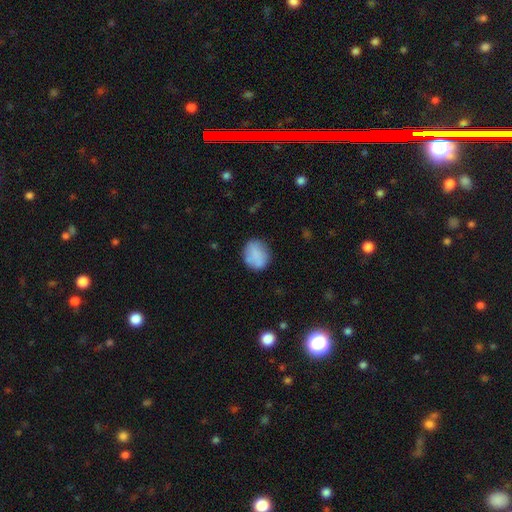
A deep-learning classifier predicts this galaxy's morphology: smooth_or_featured: smooth (p=0.80) [alt: featured or disk p=0.13]
how_rounded: round (p=0.64) [alt: in between p=0.35]
merging: none (p=0.72) [alt: minor disturbance p=0.19]